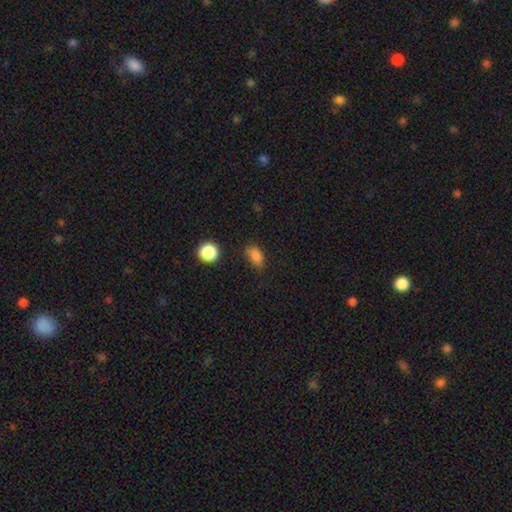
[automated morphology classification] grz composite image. It shows a smooth galaxy with no disk features (82%) that is in between round and cigar-shaped (82%). Merging: none (61%).